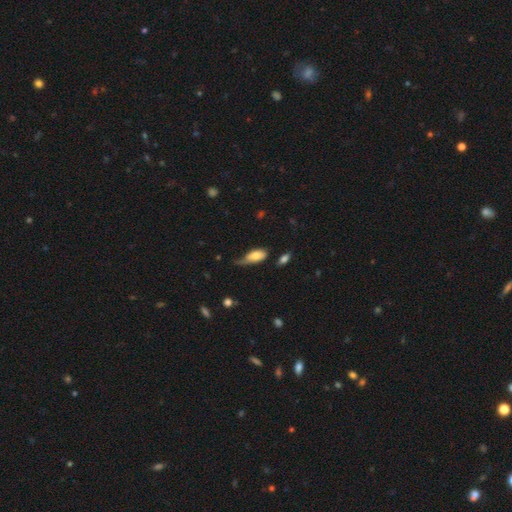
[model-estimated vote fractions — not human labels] This is likely a smooth galaxy (72%). How rounded: clearly in between (86%). Merging: marginally minor disturbance (40%).